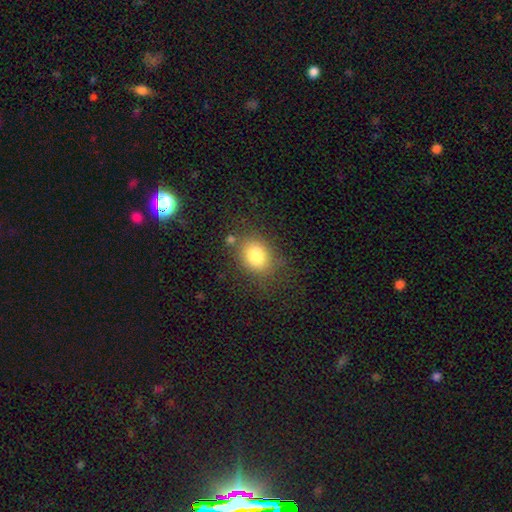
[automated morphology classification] This is clearly a smooth galaxy (82%). How rounded: possibly in between (53%). Merging: likely none (71%).